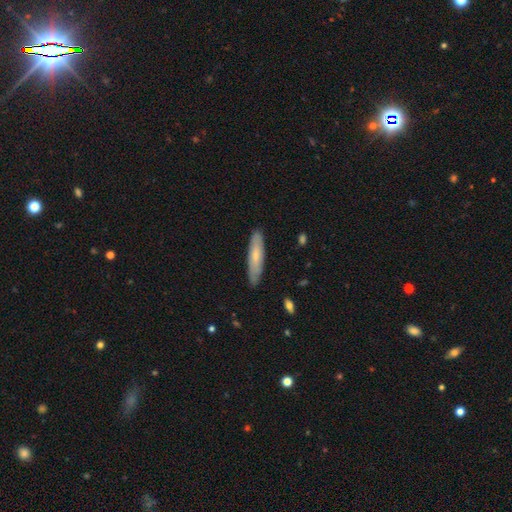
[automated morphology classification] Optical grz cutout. It shows a smooth galaxy with no disk features (62%) that is cigar-shaped (79%). Merging: none (87%).